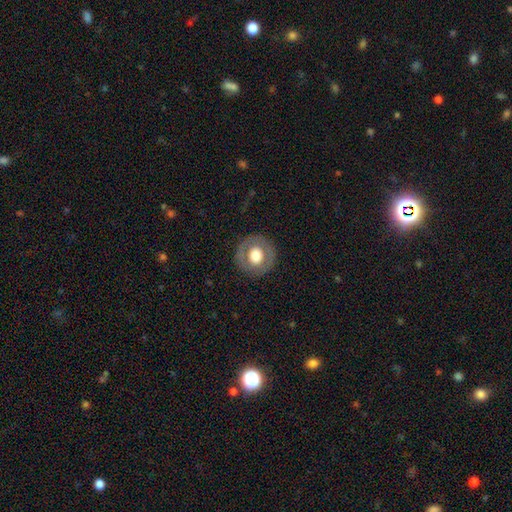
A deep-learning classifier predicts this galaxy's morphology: The model was most divided on "smooth or featured": smooth: 56%, featured or disk: 37%, star or artifact: 7%. More confident: how rounded — round (90%); merging — none (86%).